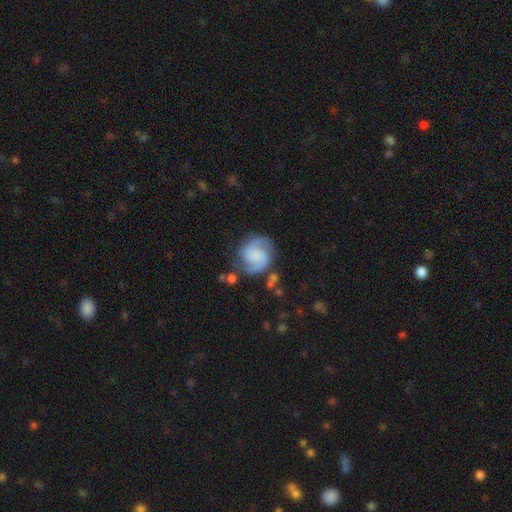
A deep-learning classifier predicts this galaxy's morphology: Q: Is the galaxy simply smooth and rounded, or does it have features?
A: featured or disk — 83%.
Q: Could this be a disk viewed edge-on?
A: no — 98%.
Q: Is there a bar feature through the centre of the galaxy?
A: no — 55%.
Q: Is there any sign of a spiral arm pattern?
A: yes — 97%.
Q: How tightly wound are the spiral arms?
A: medium — 53%.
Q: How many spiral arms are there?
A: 2 — 91%.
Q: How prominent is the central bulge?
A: none — 45%.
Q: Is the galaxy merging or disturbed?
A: none — 74%.